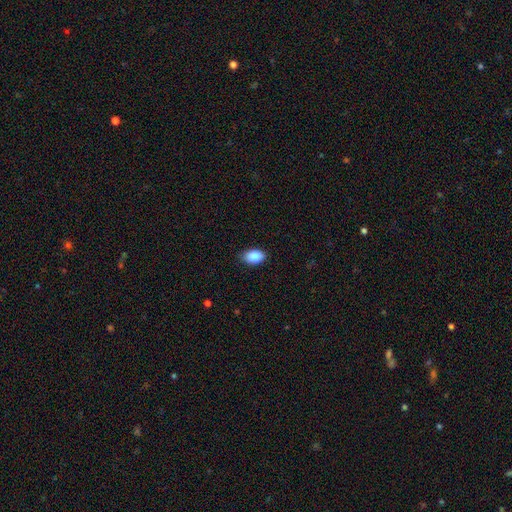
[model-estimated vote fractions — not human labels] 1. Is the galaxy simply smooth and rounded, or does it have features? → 88% smooth, 7% star or artifact, 4% featured or disk.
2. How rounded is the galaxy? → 89% in between, 9% round, 1% cigar-shaped.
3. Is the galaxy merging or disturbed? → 81% none, 16% minor disturbance, 2% major disturbance, 1% merger.